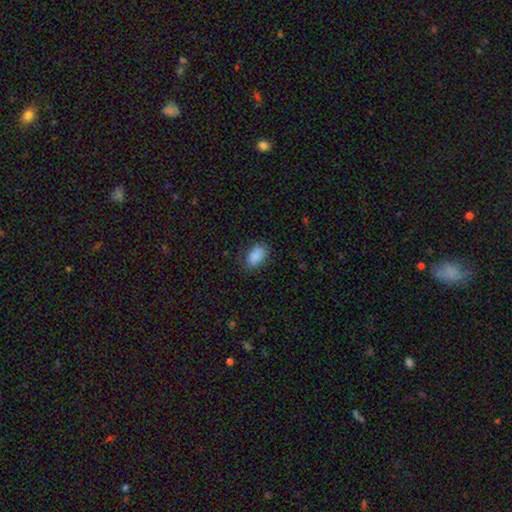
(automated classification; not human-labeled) This appears to be a smooth galaxy with no disk features (88%) that is in between round and cigar-shaped (91%). Merging: none (78%).